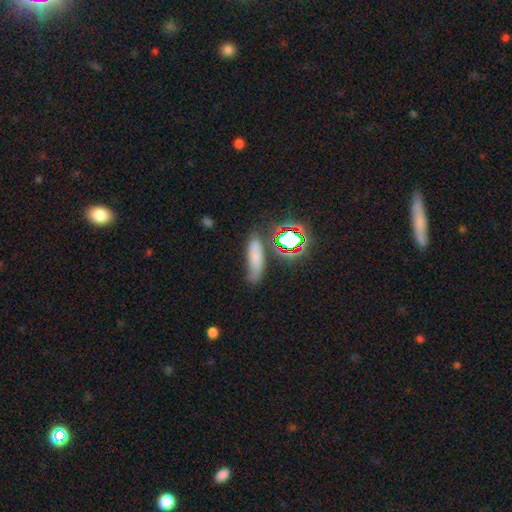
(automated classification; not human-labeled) The model was most divided on "how rounded": cigar-shaped: 48%, in between: 44%, round: 8%. More confident: merging — none (63%); smooth or featured — smooth (62%).